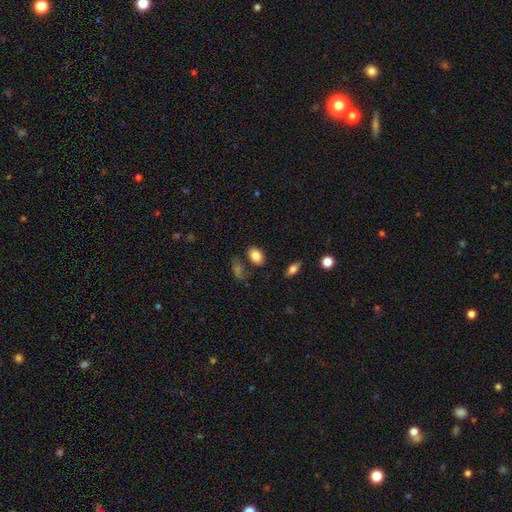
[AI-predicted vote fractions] Morphology: type=smooth (84%); roundness=in between (84%); merging=none (78%).